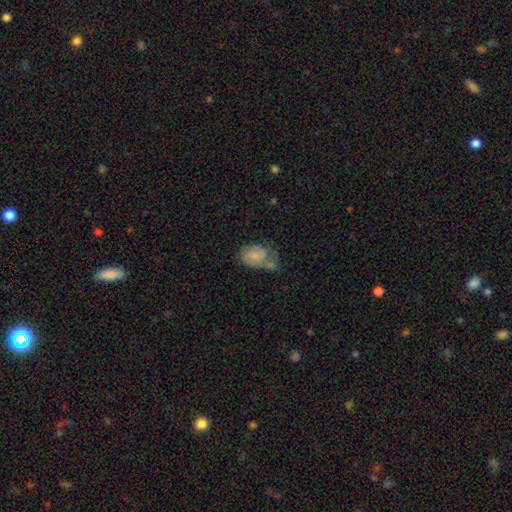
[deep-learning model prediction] smooth-or-featured: featured or disk: 51% | smooth: 41% | star or artifact: 8%
  disk-edge-on: no: 97% | yes: 3%
  merging: none: 34% | minor disturbance: 29% | major disturbance: 19% | merger: 17%